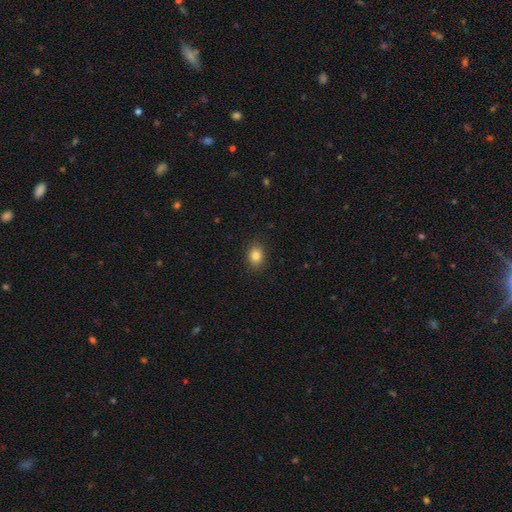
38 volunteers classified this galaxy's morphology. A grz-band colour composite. It shows a smooth galaxy with no disk features (92%) that is in between round and cigar-shaped (54%). Merging: none (83%).